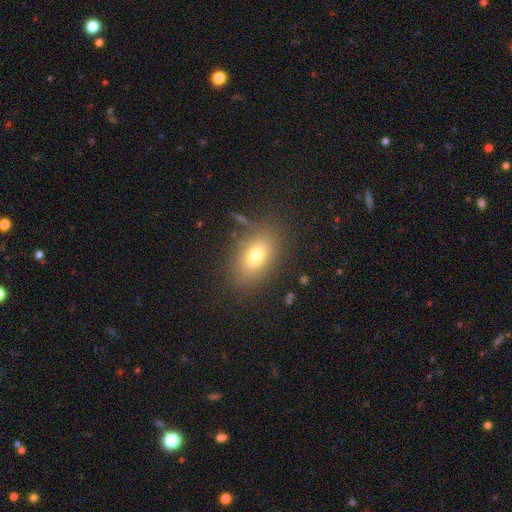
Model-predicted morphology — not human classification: This appears to be a smooth galaxy with no disk features (75%) that is in between round and cigar-shaped (85%). Merging: none (82%).